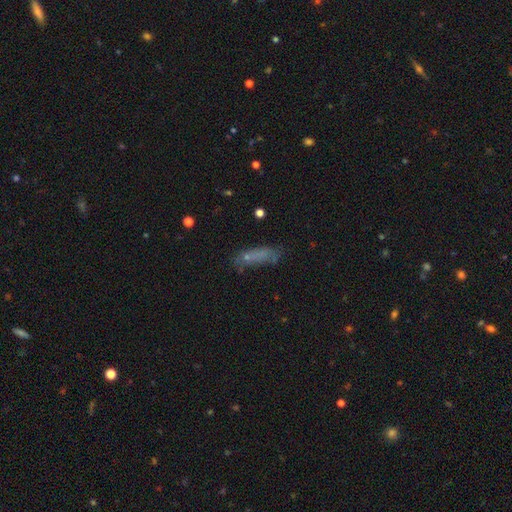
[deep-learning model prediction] This appears to be a smooth galaxy with no disk features (65%) that is cigar-shaped (53%). Merging: none (55%).